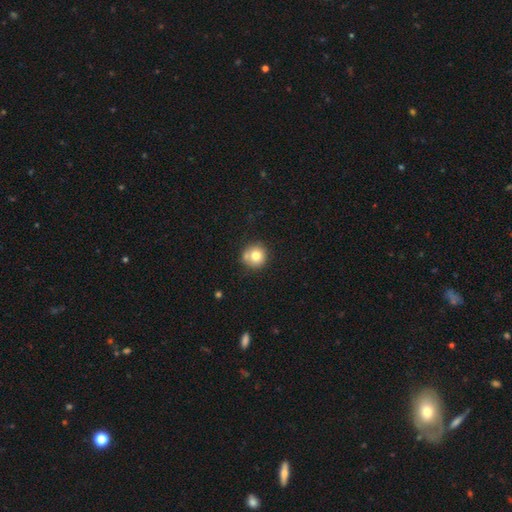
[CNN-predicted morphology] A smooth galaxy with no disk features (75%) that is round (93%). Merging: none (68%).